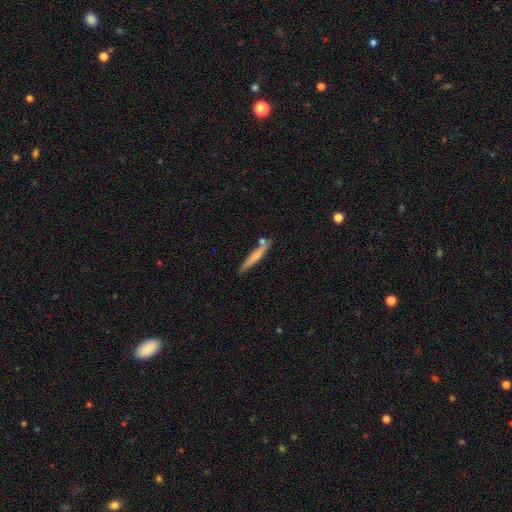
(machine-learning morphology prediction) Overall: smooth (65%; featured or disk 28%). How rounded: cigar-shaped (94%). Merging: none (73%).